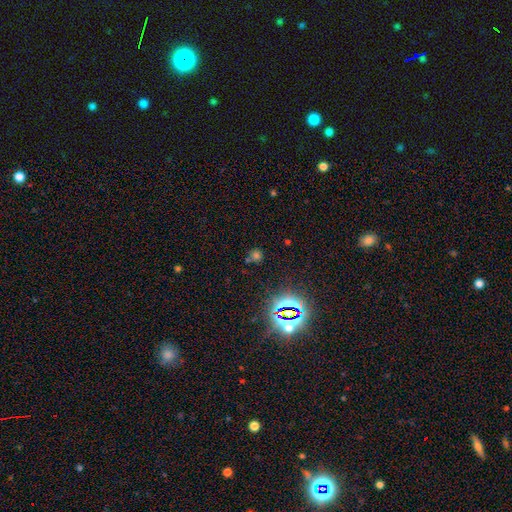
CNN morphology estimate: This is possibly a star or artifact rather than a galaxy (56%).